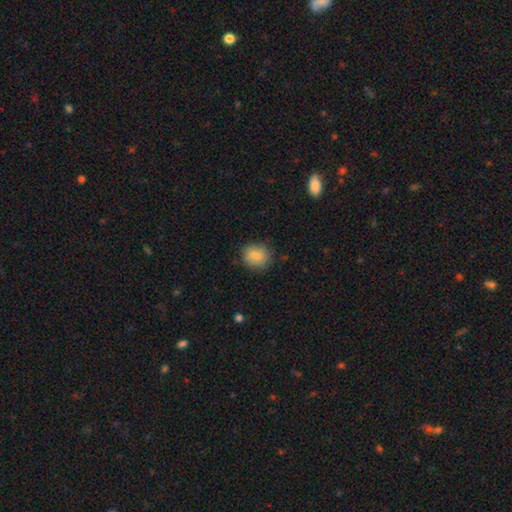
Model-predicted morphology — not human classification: This appears to be a smooth galaxy with no disk features (83%) that is round (75%). Merging: none (82%).